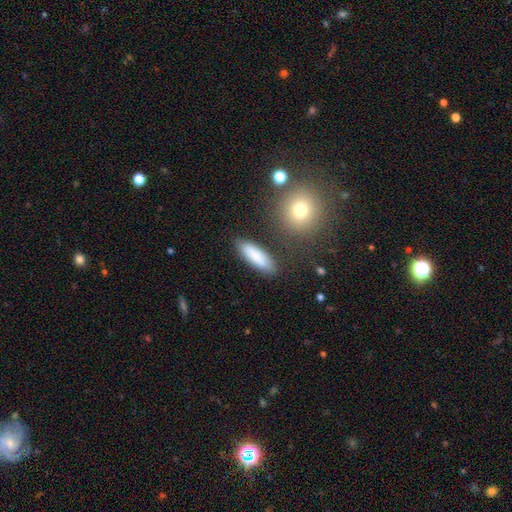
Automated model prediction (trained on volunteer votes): Smooth or featured? smooth (84%)
How rounded? cigar-shaped (51%)
Merging? none (83%)